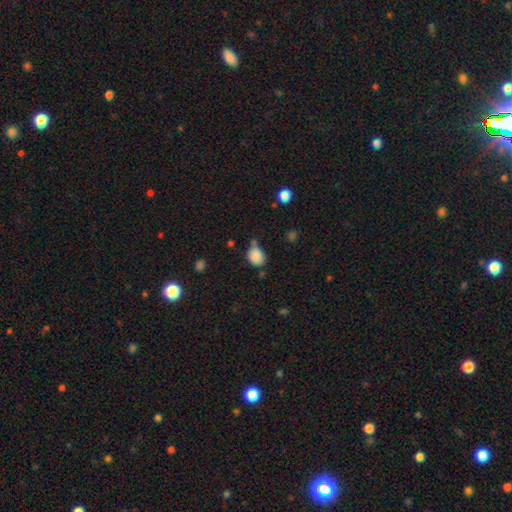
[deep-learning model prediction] smooth-or-featured: smooth: 86% | star or artifact: 10% | featured or disk: 4%
  how-rounded: round: 52% | in between: 47% | cigar-shaped: 1%
  merging: none: 55% | minor disturbance: 28% | merger: 10% | major disturbance: 7%